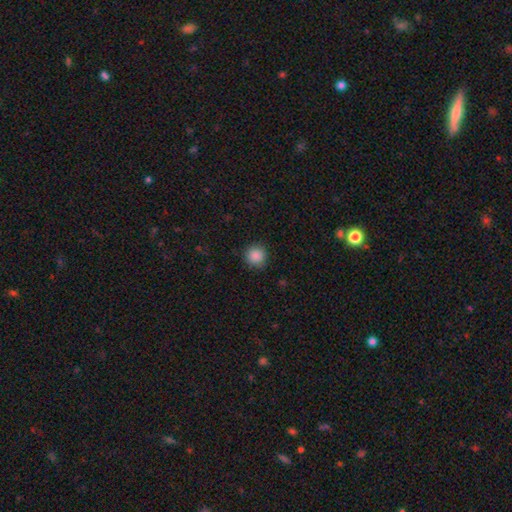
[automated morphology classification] Q: Smooth or featured?
A: smooth (87%); runner-up: star or artifact (10%)
Q: How rounded?
A: round (93%); runner-up: in between (6%)
Q: Merging?
A: none (89%); runner-up: minor disturbance (8%)